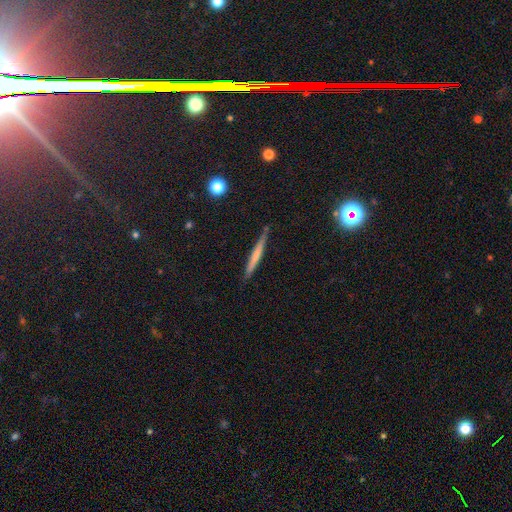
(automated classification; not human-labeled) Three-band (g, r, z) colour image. It shows a smooth galaxy with no disk features (54%) that is cigar-shaped (96%). Merging: none (86%).